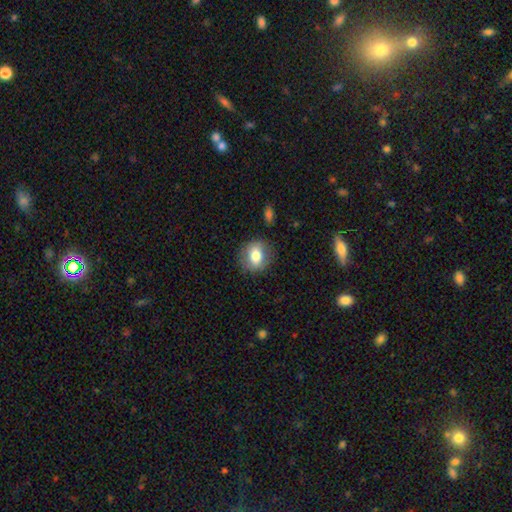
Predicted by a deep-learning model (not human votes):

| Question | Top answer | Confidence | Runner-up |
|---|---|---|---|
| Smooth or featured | smooth | 74% | featured or disk (18%) |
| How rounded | round | 67% | in between (32%) |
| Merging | none | 84% | minor disturbance (11%) |